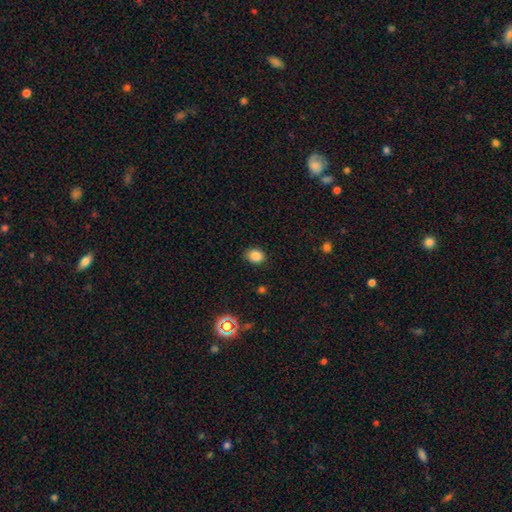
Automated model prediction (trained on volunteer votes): Smooth or featured: smooth — 85% (star or artifact — 11%)
How rounded: in between — 53% (round — 46%)
Merging: none — 84% (minor disturbance — 12%)